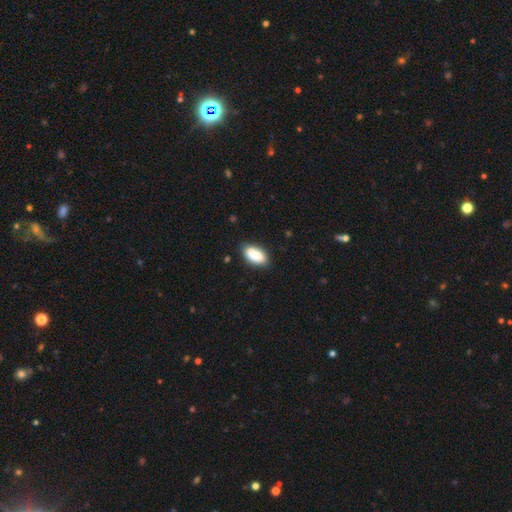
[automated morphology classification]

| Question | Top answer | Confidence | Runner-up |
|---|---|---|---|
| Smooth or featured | smooth | 86% | featured or disk (7%) |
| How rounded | in between | 92% | cigar-shaped (4%) |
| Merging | none | 78% | minor disturbance (16%) |